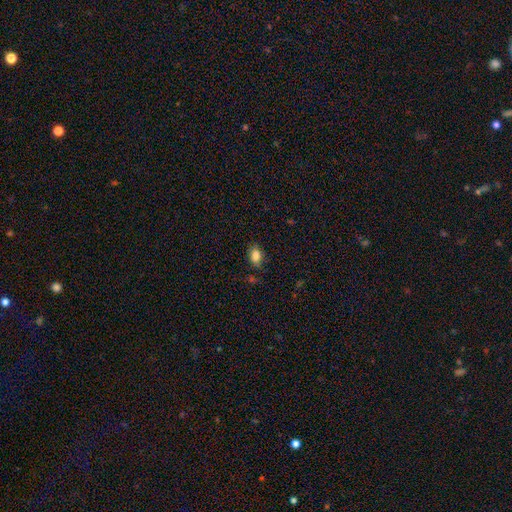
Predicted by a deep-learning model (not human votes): smooth-or-featured: smooth: 85% | star or artifact: 9% | featured or disk: 6%
  how-rounded: in between: 81% | round: 17% | cigar-shaped: 2%
  merging: none: 76% | minor disturbance: 17% | major disturbance: 4% | merger: 2%